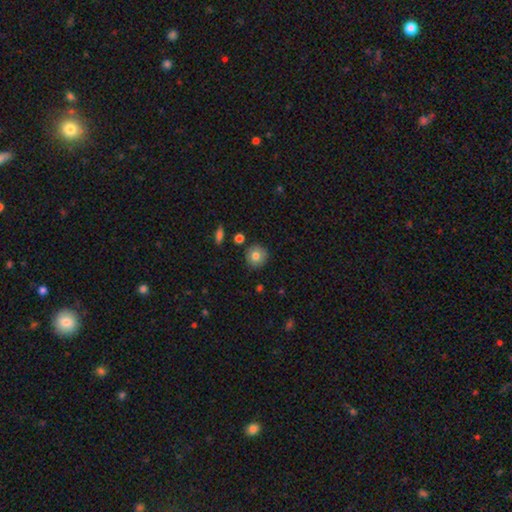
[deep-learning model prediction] This is likely a smooth galaxy (79%). How rounded: clearly round (93%). Merging: clearly none (88%).